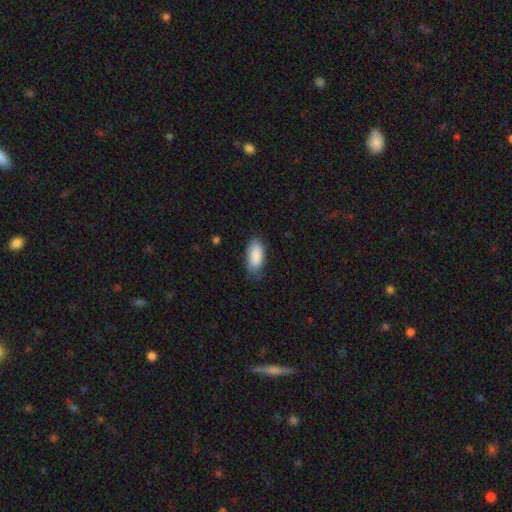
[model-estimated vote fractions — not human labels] This appears to be a smooth galaxy with no disk features (88%) that is in between round and cigar-shaped (90%). Merging: none (70%).